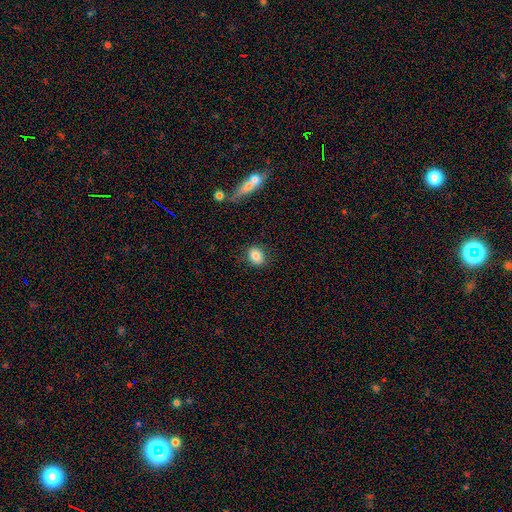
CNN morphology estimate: A smooth galaxy with no disk features (83%) that is in between round and cigar-shaped (50%).

Vote fractions:
- Smooth or featured? smooth: 83% / star or artifact: 9% / featured or disk: 8%
- How rounded? in between: 50% / round: 49% / cigar-shaped: 1%
- Merging? none: 84% / minor disturbance: 11% / major disturbance: 3% / merger: 2%